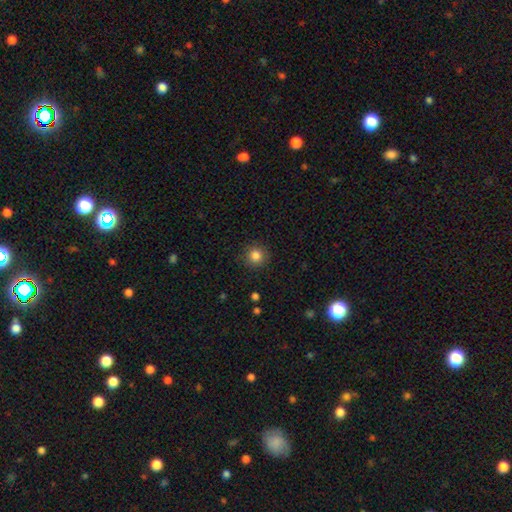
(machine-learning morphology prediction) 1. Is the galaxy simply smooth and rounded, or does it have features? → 84% smooth, 11% star or artifact, 5% featured or disk.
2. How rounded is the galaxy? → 94% round, 5% in between, 1% cigar-shaped.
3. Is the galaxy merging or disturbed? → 90% none, 7% minor disturbance, 2% major disturbance, 1% merger.